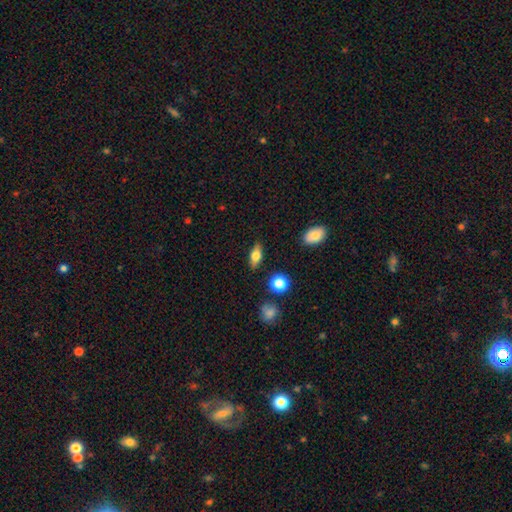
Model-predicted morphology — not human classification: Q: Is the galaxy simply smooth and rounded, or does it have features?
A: smooth — 67%.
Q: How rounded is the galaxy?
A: in between — 74%.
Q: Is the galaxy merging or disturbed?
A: none — 86%.